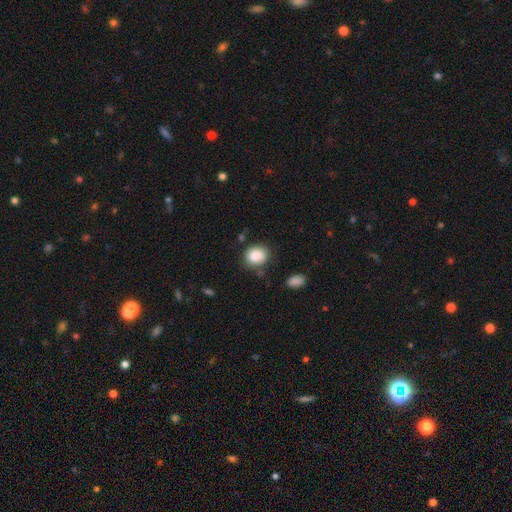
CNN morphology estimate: smooth 85%, star or artifact 8%, featured or disk 6%. Down the decision tree: how rounded — round (65%); merging — none (70%).